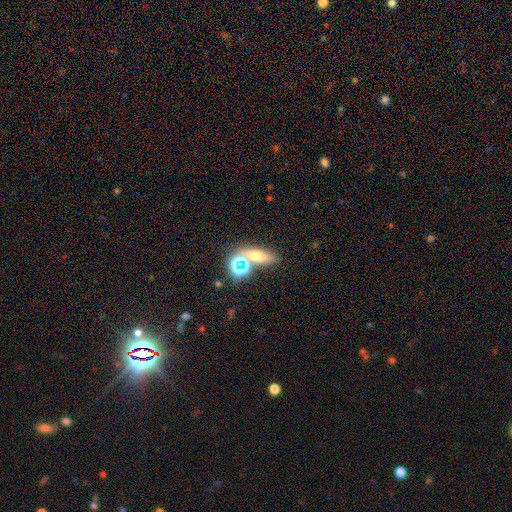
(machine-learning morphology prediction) Q: Smooth or featured?
A: smooth (53%); runner-up: star or artifact (27%)
Q: How rounded?
A: in between (48%); runner-up: cigar-shaped (28%)
Q: Merging?
A: none (61%); runner-up: merger (23%)